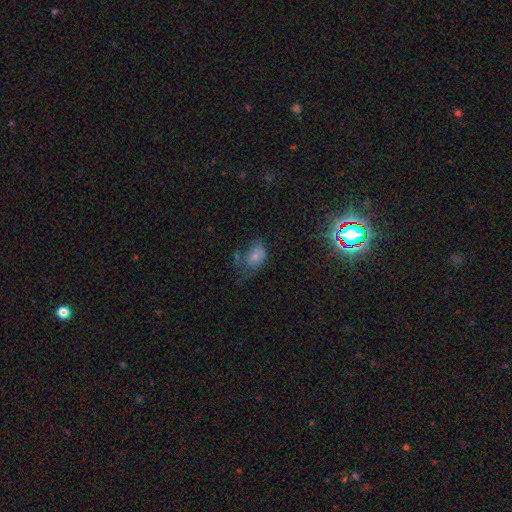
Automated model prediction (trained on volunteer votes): Q: Smooth or featured?
A: smooth (61%); runner-up: featured or disk (25%)
Q: How rounded?
A: in between (80%); runner-up: round (19%)
Q: Merging?
A: major disturbance (35%); runner-up: minor disturbance (29%)